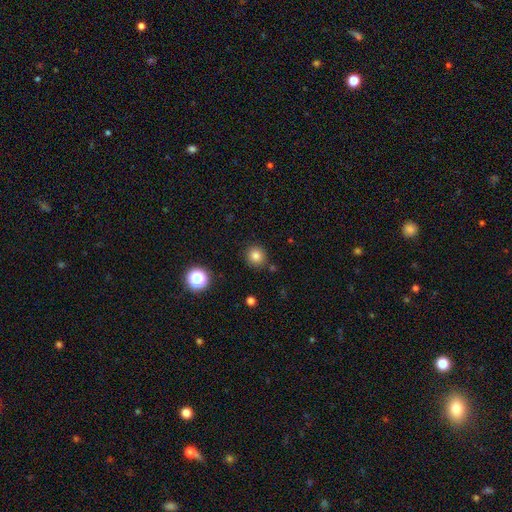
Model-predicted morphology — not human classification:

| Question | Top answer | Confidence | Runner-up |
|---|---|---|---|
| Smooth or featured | smooth | 81% | star or artifact (13%) |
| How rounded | round | 91% | in between (8%) |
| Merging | none | 86% | minor disturbance (8%) |